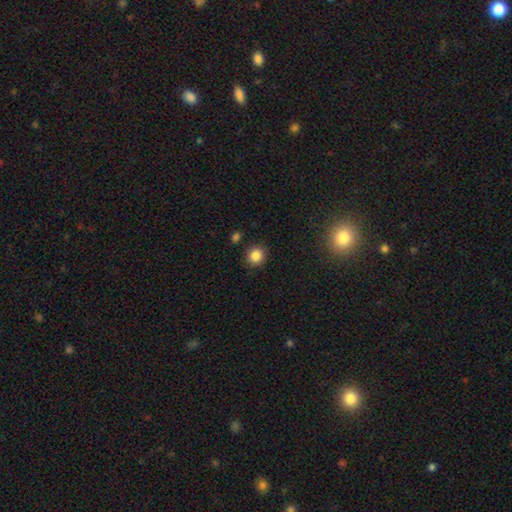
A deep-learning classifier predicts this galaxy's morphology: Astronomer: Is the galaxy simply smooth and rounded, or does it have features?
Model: smooth — 85%.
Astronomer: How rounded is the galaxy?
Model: round — 89%.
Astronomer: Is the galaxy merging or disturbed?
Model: none — 88%.